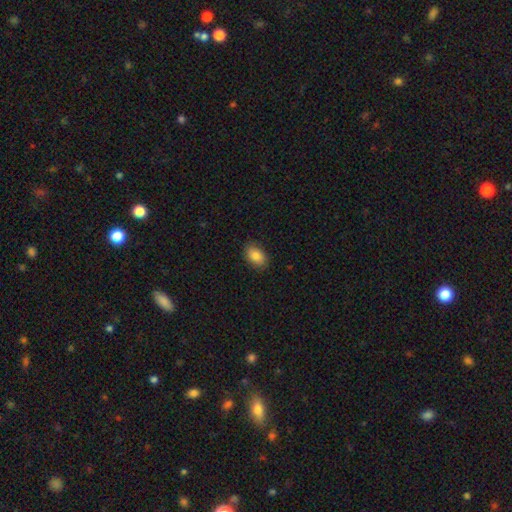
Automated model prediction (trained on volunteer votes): Smooth or featured: smooth — 84% (featured or disk — 8%)
How rounded: in between — 87% (round — 12%)
Merging: none — 84% (minor disturbance — 12%)